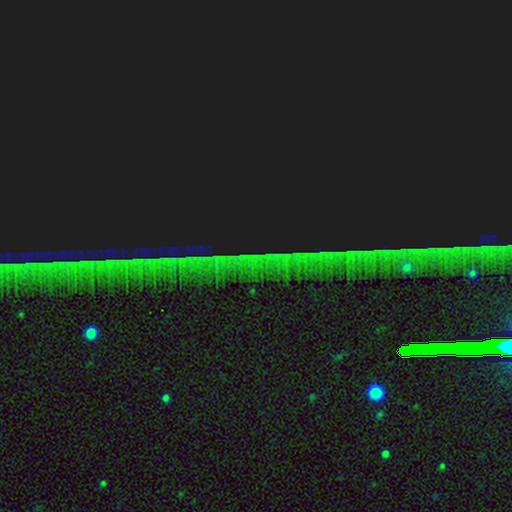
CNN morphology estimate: Overall: star or artifact (85%).